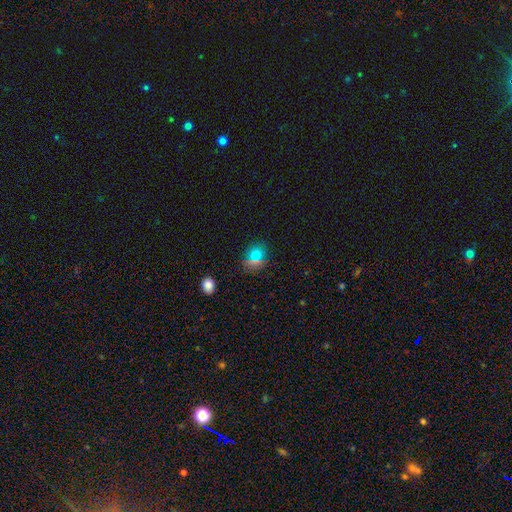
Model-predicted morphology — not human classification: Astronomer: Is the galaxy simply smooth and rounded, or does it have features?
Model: smooth — 68%.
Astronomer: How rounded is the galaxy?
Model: round — 71%.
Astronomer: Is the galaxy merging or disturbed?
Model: none — 82%.